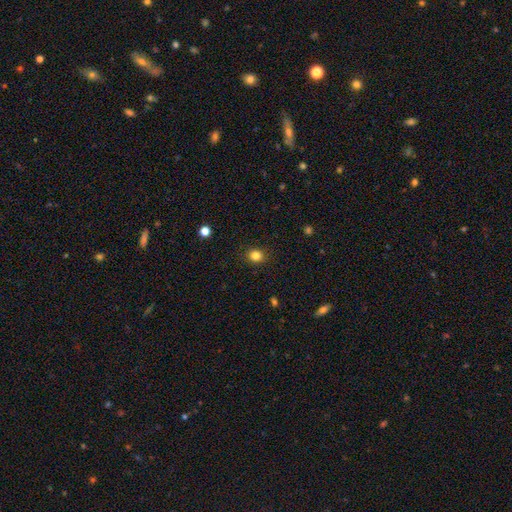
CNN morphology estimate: Q: Smooth or featured?
A: smooth (83%); runner-up: star or artifact (12%)
Q: How rounded?
A: round (77%); runner-up: in between (22%)
Q: Merging?
A: none (90%); runner-up: minor disturbance (7%)